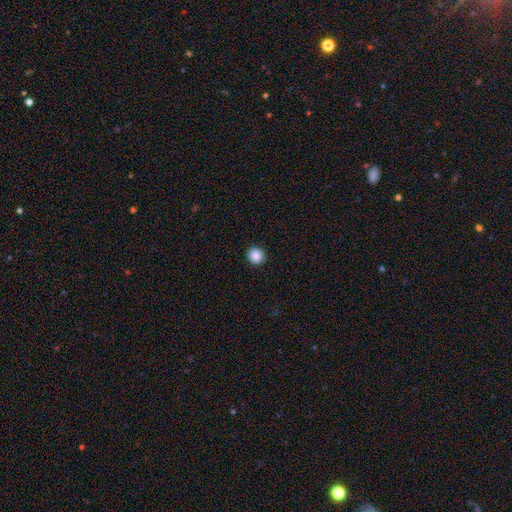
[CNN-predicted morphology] Smooth or featured? Predicted: smooth (p=0.88). How rounded? Predicted: round (p=0.86). Merging? Predicted: none (p=0.92).